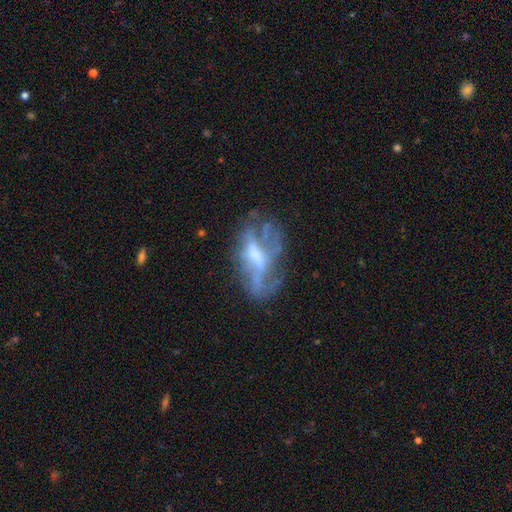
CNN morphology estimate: Q: Smooth or featured?
A: featured or disk (67%); runner-up: smooth (22%)
Q: Edge-on disk?
A: no (87%); runner-up: yes (13%)
Q: Bar?
A: weak (35%); runner-up: no (34%)
Q: Spiral arms?
A: yes (51%); runner-up: no (49%)
Q: Bulge size?
A: moderate (38%); runner-up: small (28%)
Q: Merging?
A: none (43%); runner-up: major disturbance (32%)